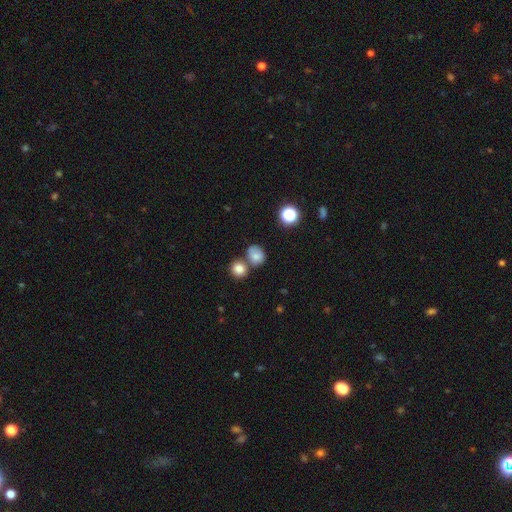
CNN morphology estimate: Q: Smooth or featured?
A: smooth (75%); runner-up: star or artifact (13%)
Q: How rounded?
A: round (67%); runner-up: in between (32%)
Q: Merging?
A: none (50%); runner-up: merger (31%)